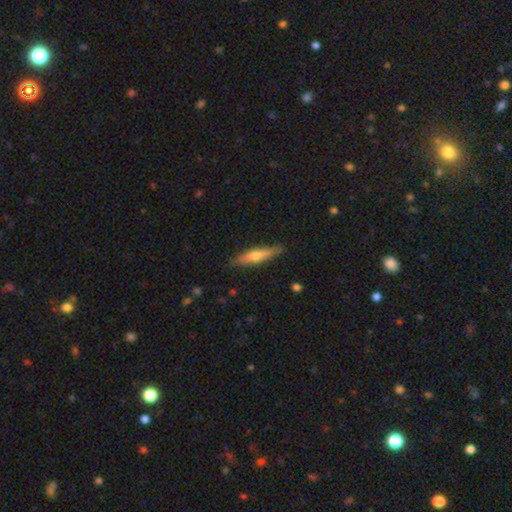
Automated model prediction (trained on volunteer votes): smooth-or-featured: smooth: 48% | featured or disk: 46% | star or artifact: 6%
  merging: none: 85% | minor disturbance: 12% | major disturbance: 2% | merger: 1%